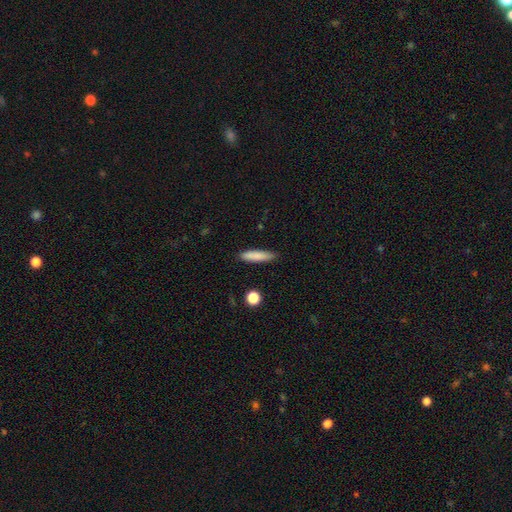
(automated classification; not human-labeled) smooth_or_featured: smooth (p=0.83) [alt: featured or disk p=0.11]
how_rounded: cigar-shaped (p=0.83) [alt: in between p=0.15]
merging: none (p=0.87) [alt: minor disturbance p=0.10]